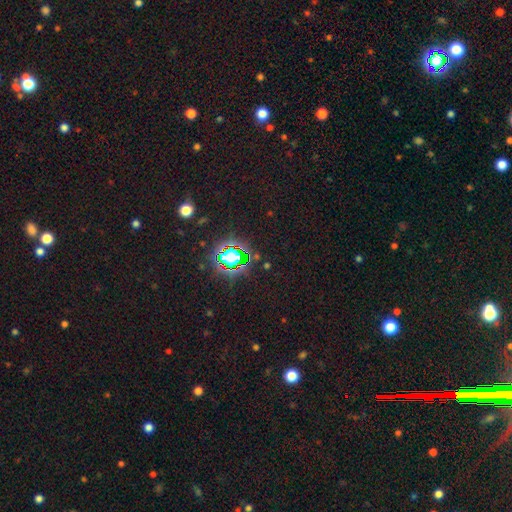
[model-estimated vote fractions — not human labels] Q: Smooth or featured?
A: star or artifact (82%); runner-up: smooth (11%)